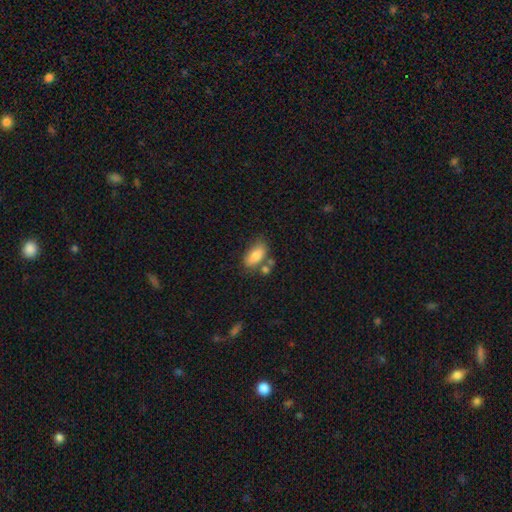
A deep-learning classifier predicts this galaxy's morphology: This is likely a smooth galaxy (79%). How rounded: clearly in between (87%). Merging: possibly none (58%).